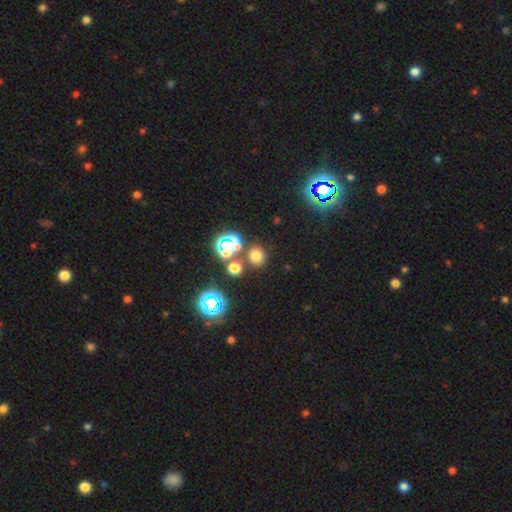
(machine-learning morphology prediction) Smooth or featured?
  - smooth: 64% *
  - star or artifact: 29%
  - featured or disk: 7%
How rounded?
  - round: 87% *
  - in between: 12%
  - cigar-shaped: 1%
Merging?
  - none: 76% *
  - merger: 13%
  - minor disturbance: 7%
  - major disturbance: 3%